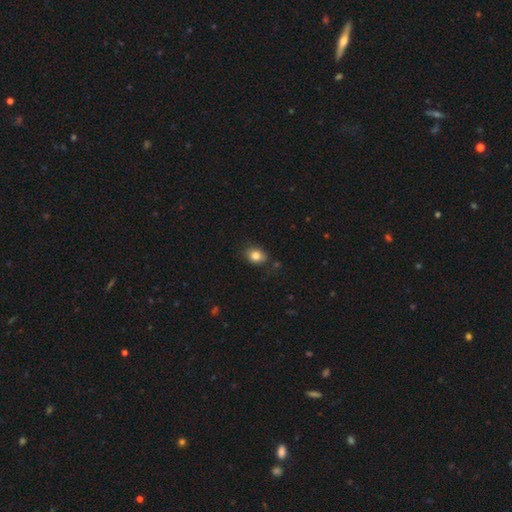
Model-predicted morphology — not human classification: smooth 82%, star or artifact 10%, featured or disk 8%. Down the decision tree: how rounded — in between (59%); merging — none (78%).